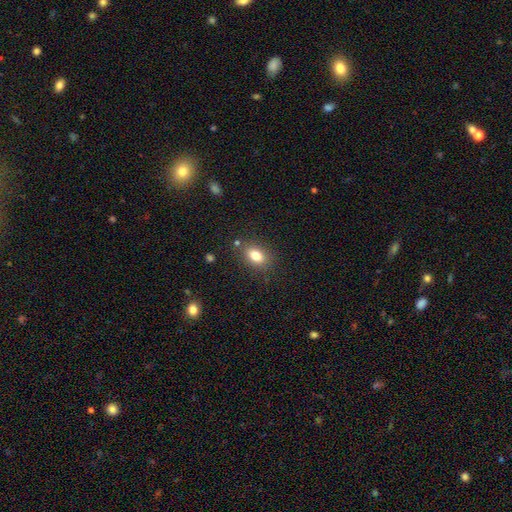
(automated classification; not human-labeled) This appears to be a smooth galaxy with no disk features (81%) that is in between round and cigar-shaped (79%). Merging: none (83%).